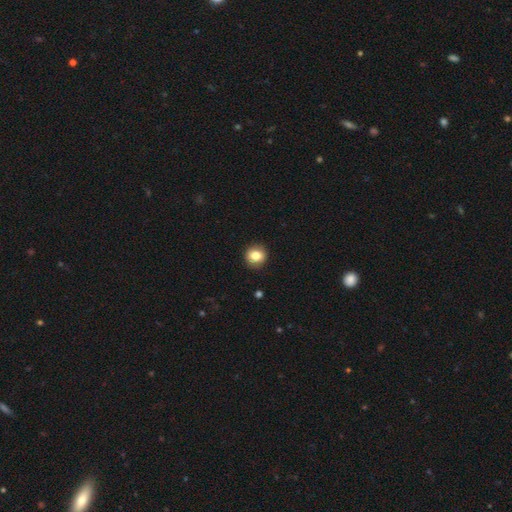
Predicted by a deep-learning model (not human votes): smooth-or-featured: smooth: 82% | featured or disk: 9% | star or artifact: 9%
  how-rounded: round: 86% | in between: 13% | cigar-shaped: 1%
  merging: none: 90% | minor disturbance: 7% | major disturbance: 2% | merger: 1%